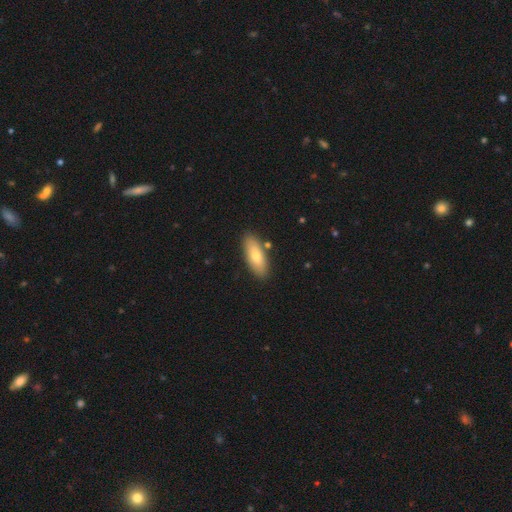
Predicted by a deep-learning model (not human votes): This appears to be a smooth galaxy with no disk features (70%) that is in between round and cigar-shaped (70%). Merging: none (85%).